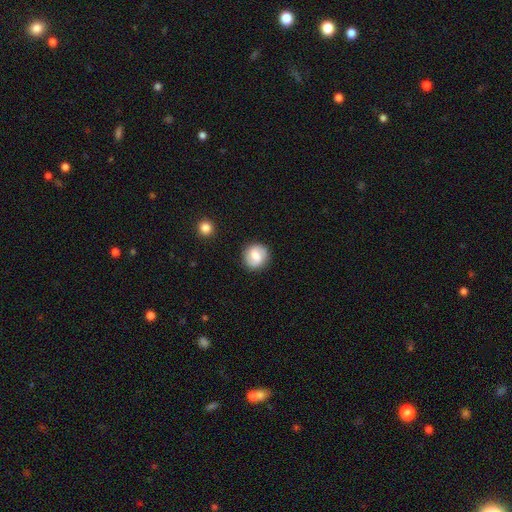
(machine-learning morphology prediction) Smooth or featured: smooth — 60% (featured or disk — 32%)
How rounded: round — 88% (in between — 11%)
Merging: none — 86% (minor disturbance — 9%)